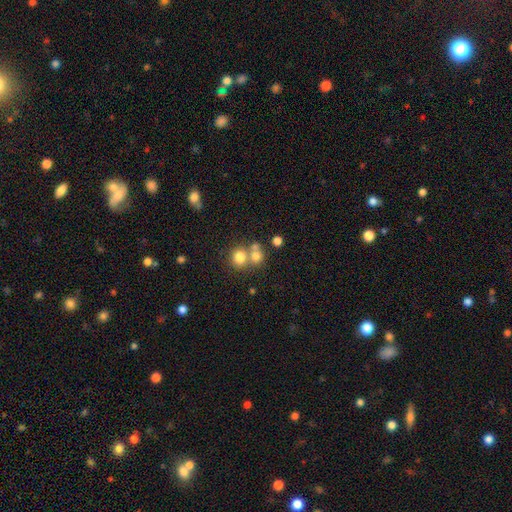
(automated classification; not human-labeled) The model was most divided on "merging": none: 45%, merger: 44%, minor disturbance: 7%, major disturbance: 4%. More confident: how rounded — round (82%); smooth or featured — smooth (74%).